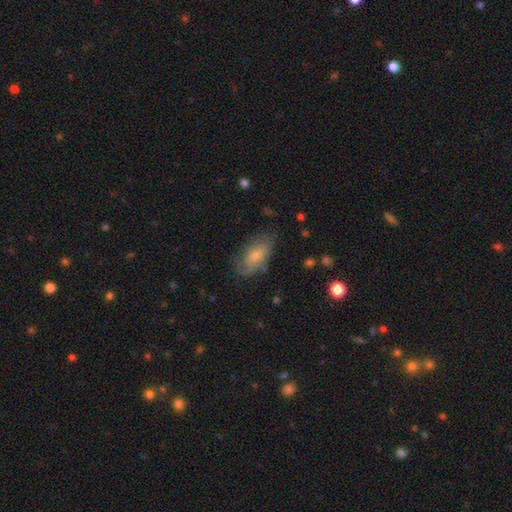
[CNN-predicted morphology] smooth-or-featured: smooth: 59% | featured or disk: 34% | star or artifact: 7%
  how-rounded: in between: 90% | cigar-shaped: 6% | round: 4%
  merging: none: 63% | minor disturbance: 26% | major disturbance: 10% | merger: 2%